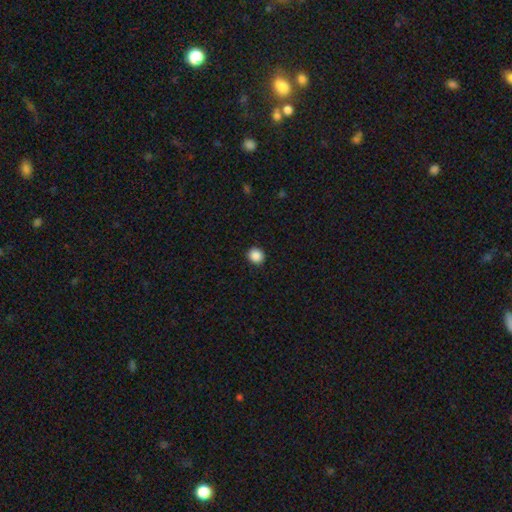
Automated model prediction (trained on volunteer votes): Q: Smooth or featured?
A: smooth (88%); runner-up: star or artifact (9%)
Q: How rounded?
A: round (85%); runner-up: in between (14%)
Q: Merging?
A: none (92%); runner-up: minor disturbance (5%)